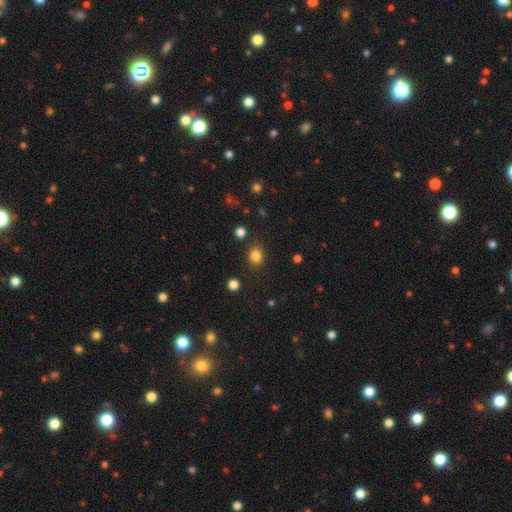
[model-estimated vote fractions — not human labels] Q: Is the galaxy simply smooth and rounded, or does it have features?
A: smooth — 83%.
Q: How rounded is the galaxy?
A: round — 73%.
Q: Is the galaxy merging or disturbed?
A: none — 84%.